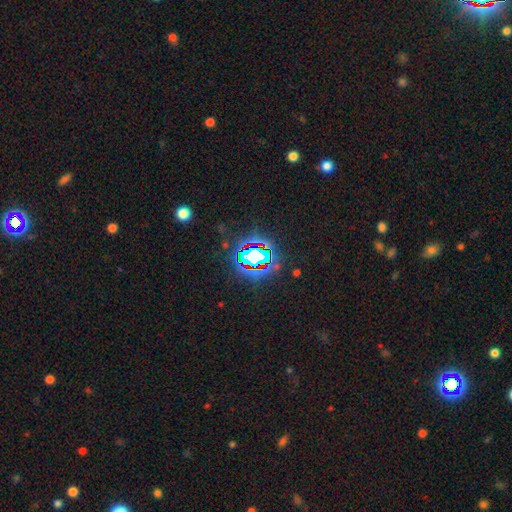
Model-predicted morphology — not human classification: type=star or artifact (71%).